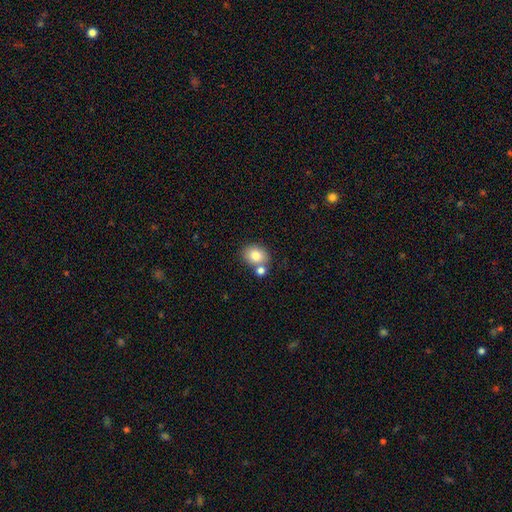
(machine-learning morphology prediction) Overall: smooth (81%). How rounded: round (53%; in between 46%). Merging: none (59%; merger 27%).